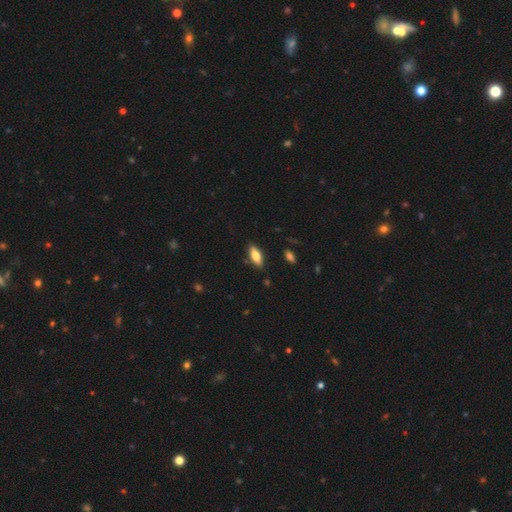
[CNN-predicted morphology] smooth 77%, featured or disk 16%, star or artifact 7%. Down the decision tree: how rounded — in between (73%); merging — none (85%).